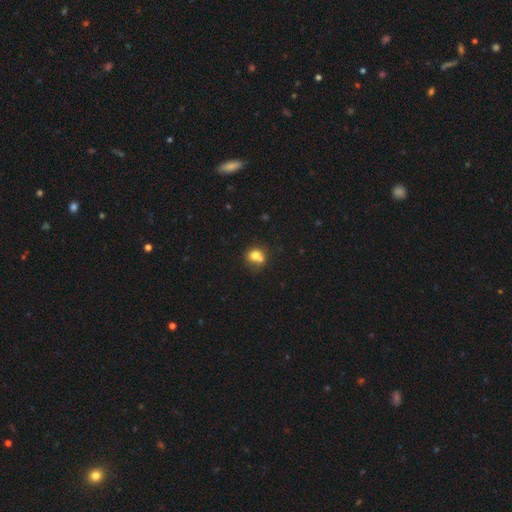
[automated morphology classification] Smooth or featured? smooth (73%)
How rounded? round (74%)
Merging? merger (47%)